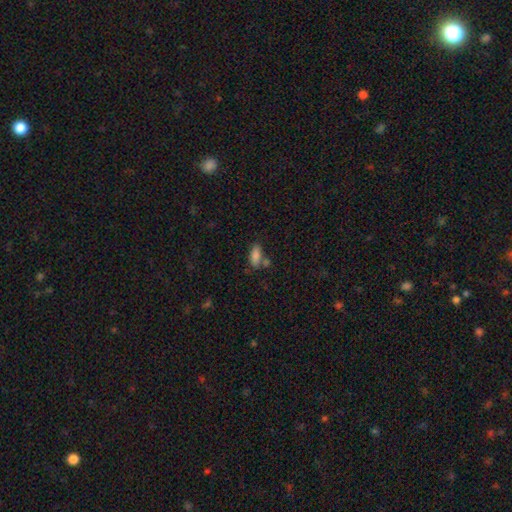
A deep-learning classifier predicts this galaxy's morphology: smooth_or_featured: smooth (p=0.84) [alt: star or artifact p=0.09]
how_rounded: in between (p=0.82) [alt: cigar-shaped p=0.16]
merging: none (p=0.57) [alt: merger p=0.22]